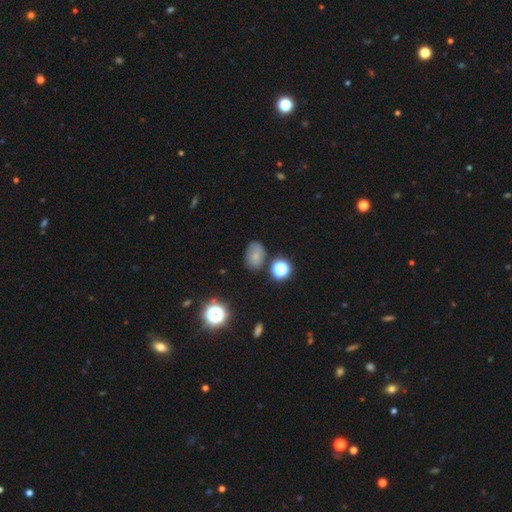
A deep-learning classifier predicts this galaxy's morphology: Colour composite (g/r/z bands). It shows a smooth galaxy with no disk features (66%) that is in between round and cigar-shaped (75%). Merging: none (67%).